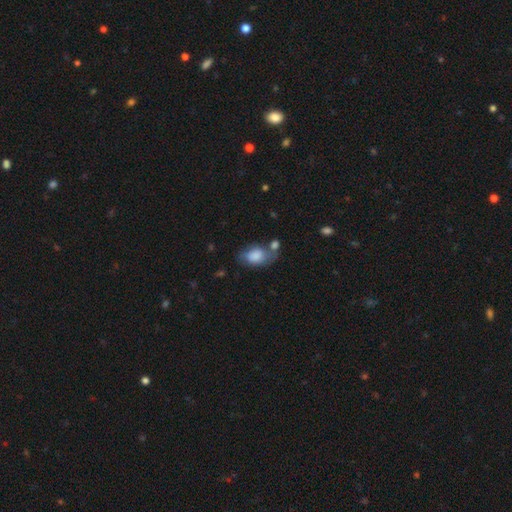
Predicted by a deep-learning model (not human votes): The model was most divided on "merging": none: 45%, minor disturbance: 25%, merger: 19%, major disturbance: 11%. More confident: how rounded — in between (87%); smooth or featured — smooth (81%).